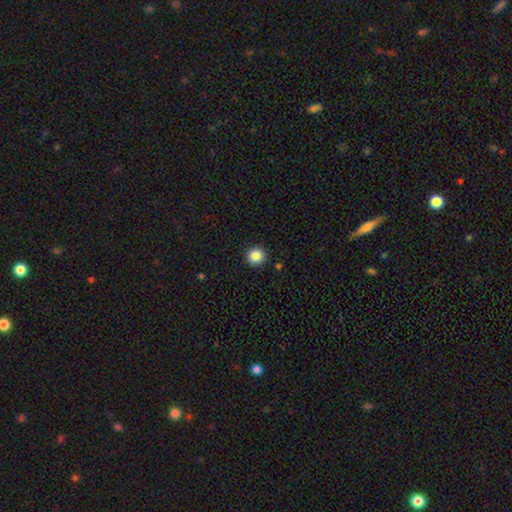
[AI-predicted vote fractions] Smooth or featured?
  - smooth: 86% *
  - star or artifact: 10%
  - featured or disk: 4%
How rounded?
  - round: 93% *
  - in between: 6%
  - cigar-shaped: 1%
Merging?
  - none: 92% *
  - minor disturbance: 5%
  - major disturbance: 2%
  - merger: 1%